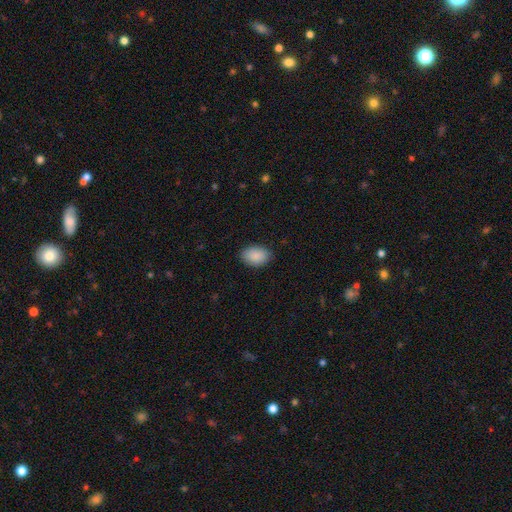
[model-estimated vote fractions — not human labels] smooth-or-featured: smooth: 90% | star or artifact: 6% | featured or disk: 4%
  how-rounded: in between: 86% | round: 13% | cigar-shaped: 1%
  merging: none: 87% | minor disturbance: 10% | major disturbance: 2% | merger: 1%